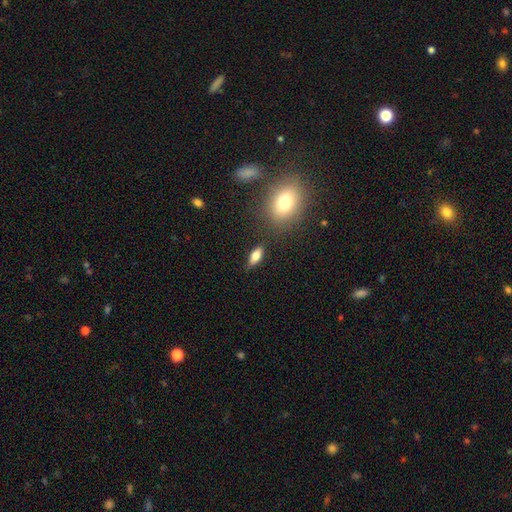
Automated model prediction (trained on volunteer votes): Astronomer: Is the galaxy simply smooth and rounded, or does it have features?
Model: smooth — 72%.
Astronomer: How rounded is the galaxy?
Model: in between — 74%.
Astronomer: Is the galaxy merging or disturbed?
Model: none — 78%.